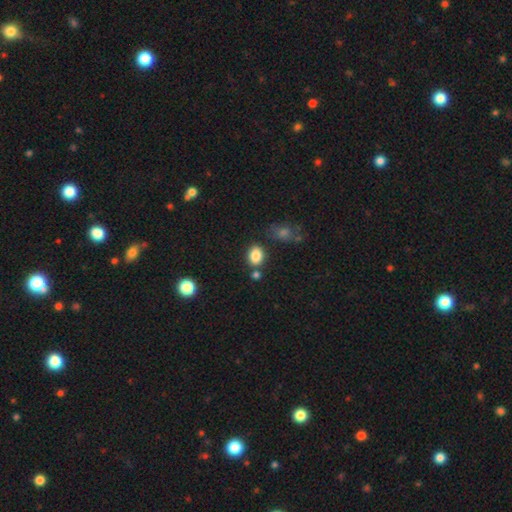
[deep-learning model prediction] This appears to be a smooth galaxy with no disk features (85%) that is in between round and cigar-shaped (61%). Merging: none (73%).